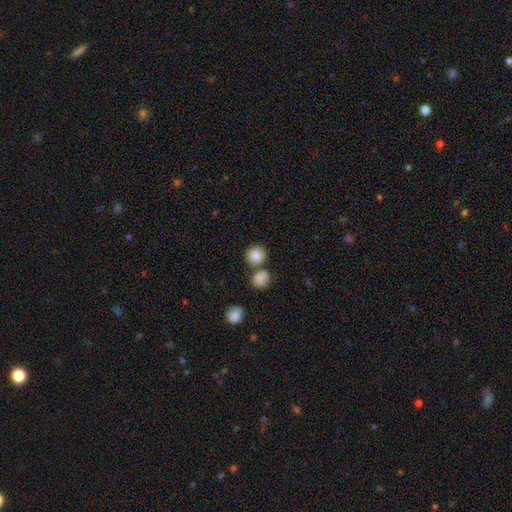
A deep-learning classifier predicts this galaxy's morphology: Smooth or featured? smooth (85%)
How rounded? round (87%)
Merging? none (71%)